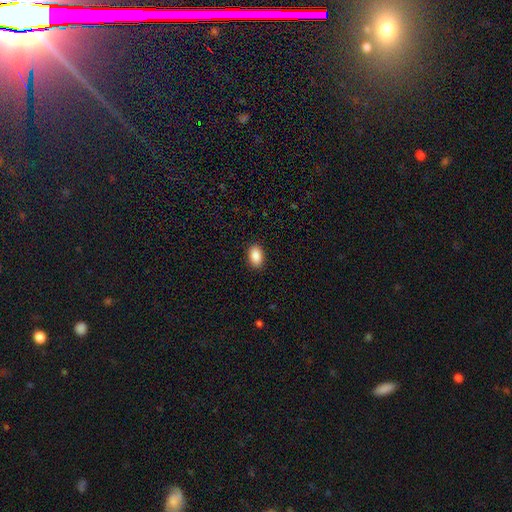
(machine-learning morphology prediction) A smooth galaxy with no disk features (89%) that is in between round and cigar-shaped (91%). Merging: none (90%).